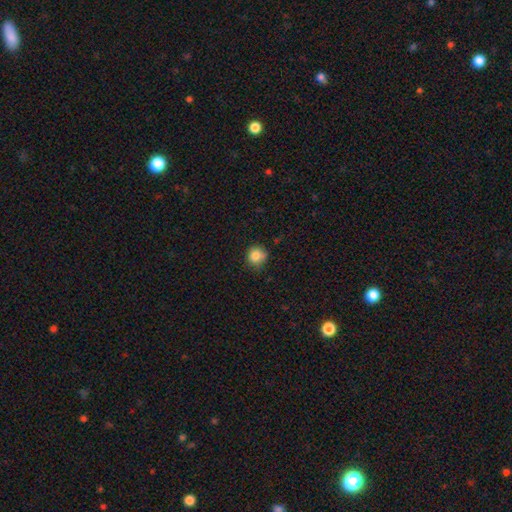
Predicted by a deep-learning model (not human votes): Overall: smooth (84%). How rounded: round (88%). Merging: none (72%).